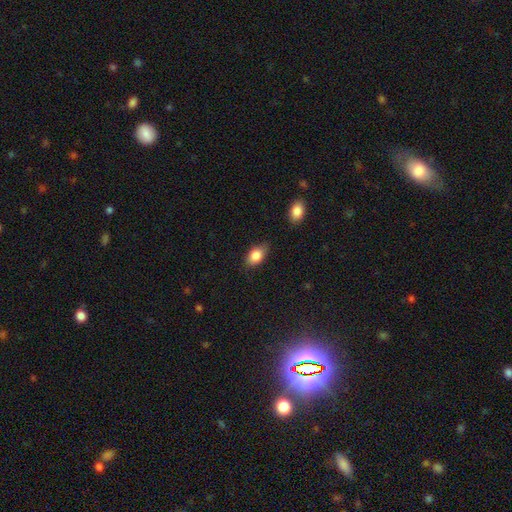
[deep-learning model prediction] Smooth or featured: smooth — 83% (featured or disk — 9%)
How rounded: in between — 86% (round — 11%)
Merging: none — 79% (minor disturbance — 16%)